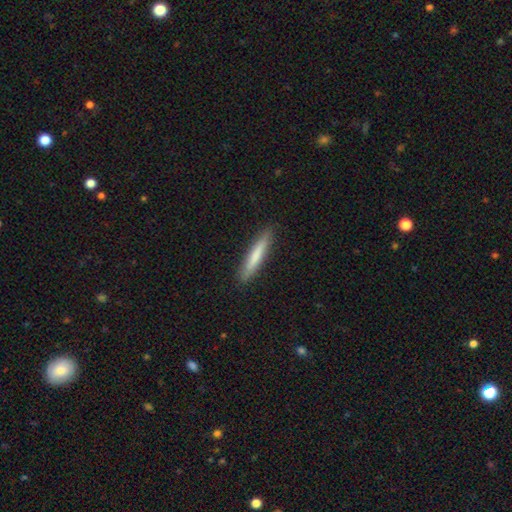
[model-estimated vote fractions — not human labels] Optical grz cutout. It shows a smooth galaxy with no disk features (74%) that is cigar-shaped (93%). Merging: none (90%).